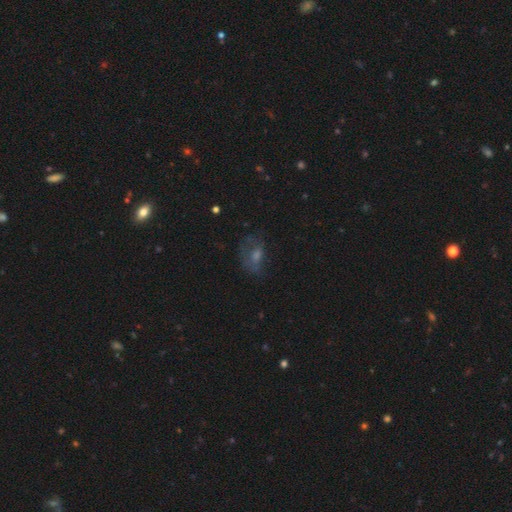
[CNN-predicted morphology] smooth 38% (tied), featured or disk 38% (tied), star or artifact 25%. Down the decision tree: merging — none (54%).